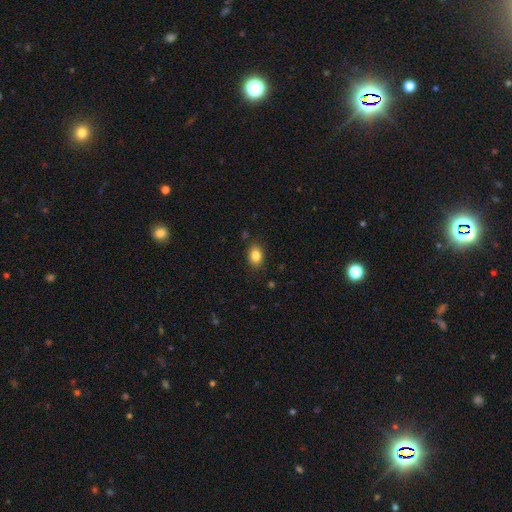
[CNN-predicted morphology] Smooth or featured? Predicted: smooth (p=0.84). How rounded? Predicted: in between (p=0.73). Merging? Predicted: none (p=0.85).